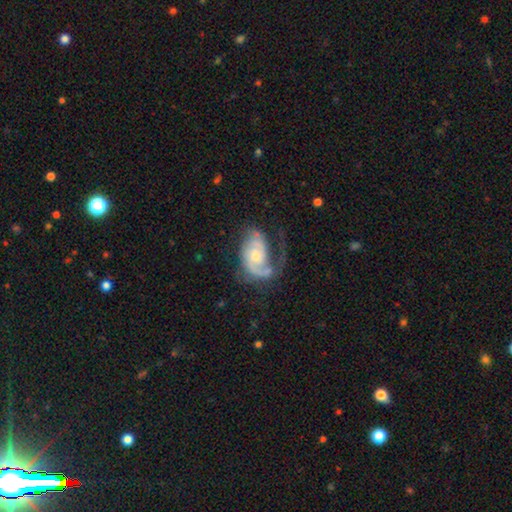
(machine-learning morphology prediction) A featured or disk galaxy (83%) with no bar (68%), 2 (46%) medium (42%) spiral arms (94%) and a small central bulge (52%). Merging: none (48%).